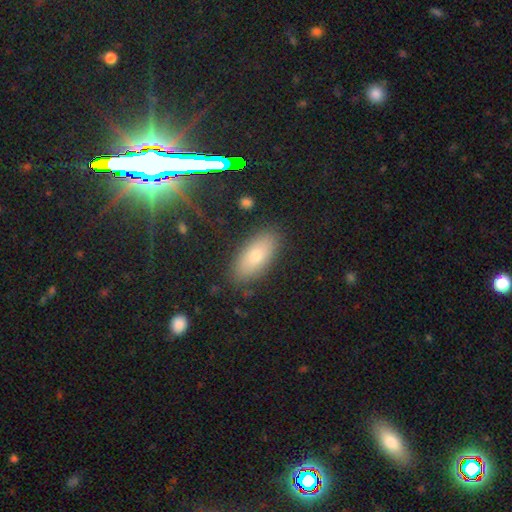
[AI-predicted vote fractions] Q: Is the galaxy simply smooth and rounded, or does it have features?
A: smooth — 71%.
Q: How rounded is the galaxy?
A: in between — 86%.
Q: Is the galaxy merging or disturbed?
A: none — 86%.